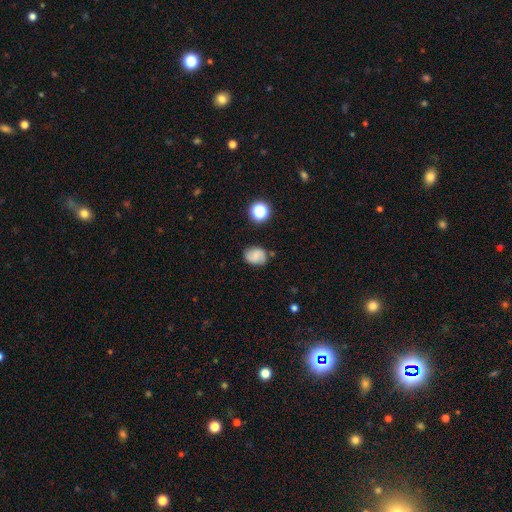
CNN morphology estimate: Smooth or featured? smooth (63%)
How rounded? in between (55%)
Merging? none (77%)